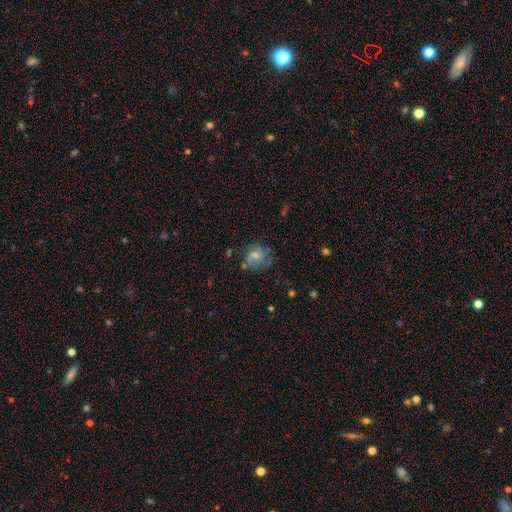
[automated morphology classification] A featured or disk galaxy (46%). Merging: none (57%).